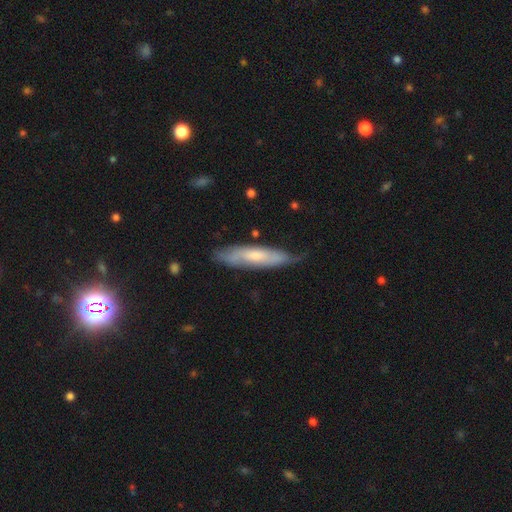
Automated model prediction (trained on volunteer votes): This appears to be a smooth galaxy with no disk features (48%). Merging: none (66%).